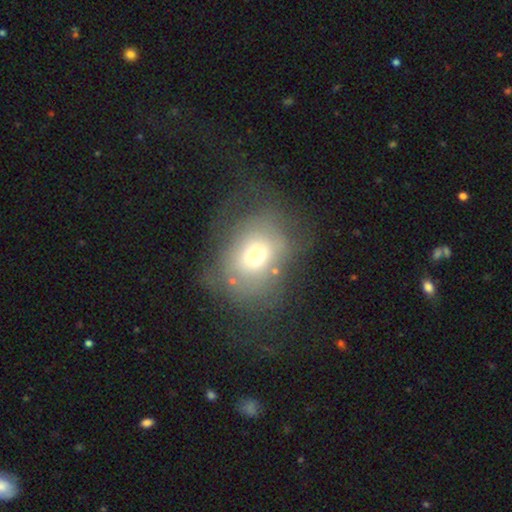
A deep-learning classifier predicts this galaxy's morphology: Smooth or featured? smooth (60%)
How rounded? round (51%)
Merging? none (44%)